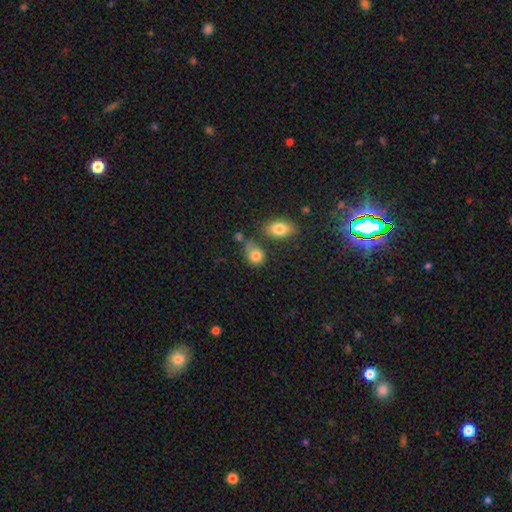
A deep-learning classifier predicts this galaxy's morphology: smooth_or_featured: smooth (p=0.82) [alt: featured or disk p=0.09]
how_rounded: in between (p=0.51) [alt: round p=0.48]
merging: none (p=0.50) [alt: minor disturbance p=0.23]